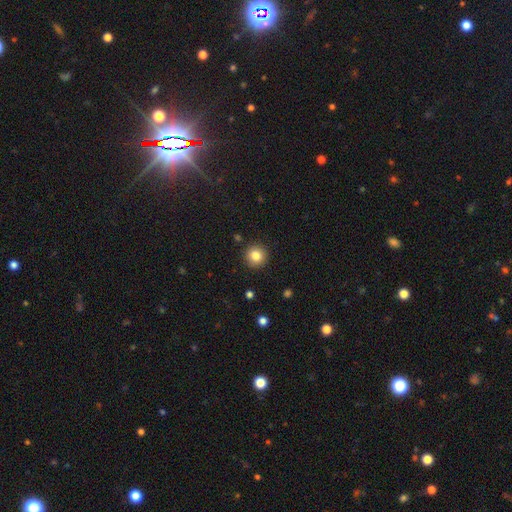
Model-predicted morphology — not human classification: The model was most divided on "smooth or featured": smooth: 83%, star or artifact: 10%, featured or disk: 7%. More confident: how rounded — round (93%); merging — none (92%).